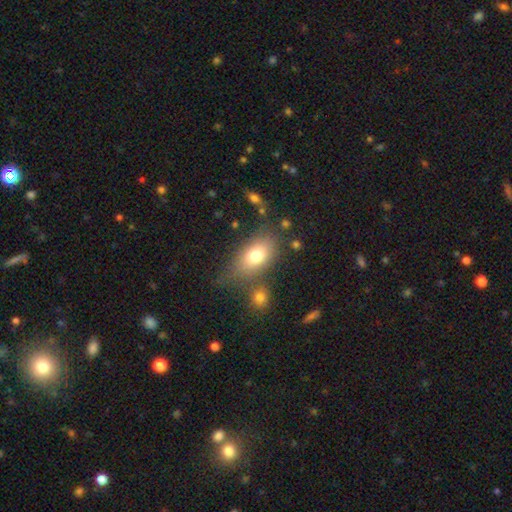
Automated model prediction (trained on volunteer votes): smooth-or-featured: smooth: 76% | featured or disk: 15% | star or artifact: 9%
  how-rounded: in between: 85% | round: 11% | cigar-shaped: 4%
  merging: none: 59% | minor disturbance: 18% | merger: 15% | major disturbance: 9%